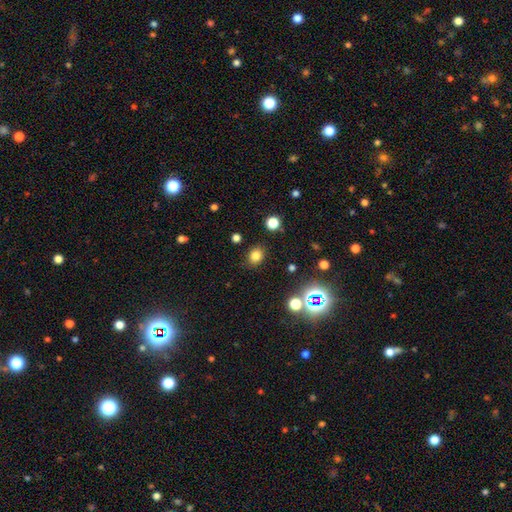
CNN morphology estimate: Overall: smooth (78%). How rounded: round (59%; in between 40%). Merging: none (84%).